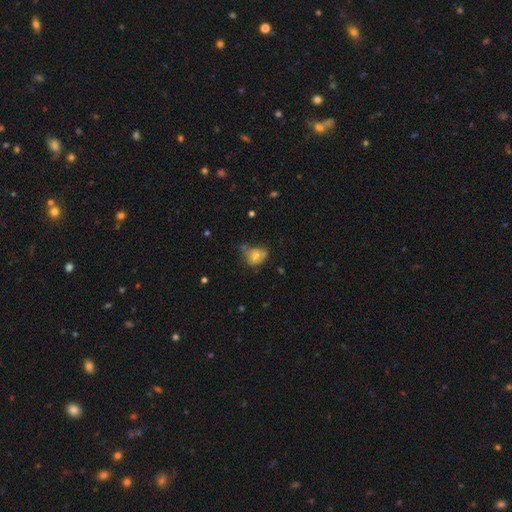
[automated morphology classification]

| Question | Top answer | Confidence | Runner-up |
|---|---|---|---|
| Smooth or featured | smooth | 69% | featured or disk (20%) |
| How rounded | in between | 55% | round (44%) |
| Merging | none | 40% | minor disturbance (35%) |